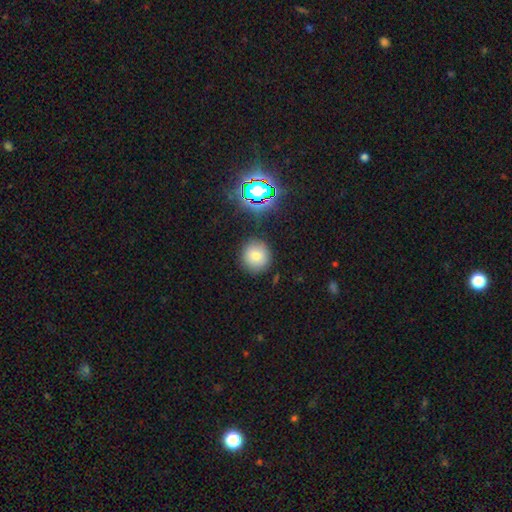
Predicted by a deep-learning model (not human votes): Smooth or featured: smooth — 71% (star or artifact — 19%)
How rounded: round — 93% (in between — 6%)
Merging: none — 88% (minor disturbance — 7%)